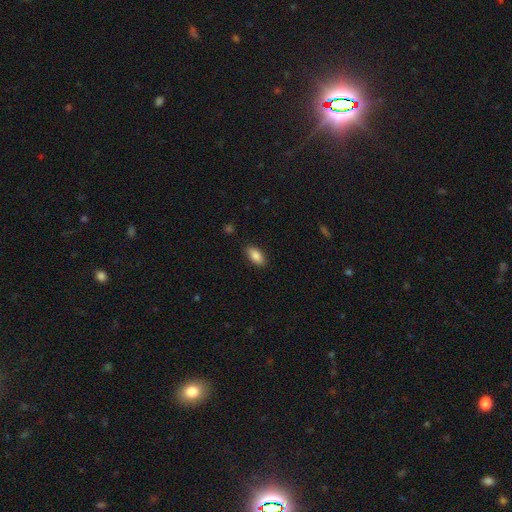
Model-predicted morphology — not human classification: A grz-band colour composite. It shows a smooth galaxy with no disk features (86%) that is in between round and cigar-shaped (91%). Merging: none (87%).